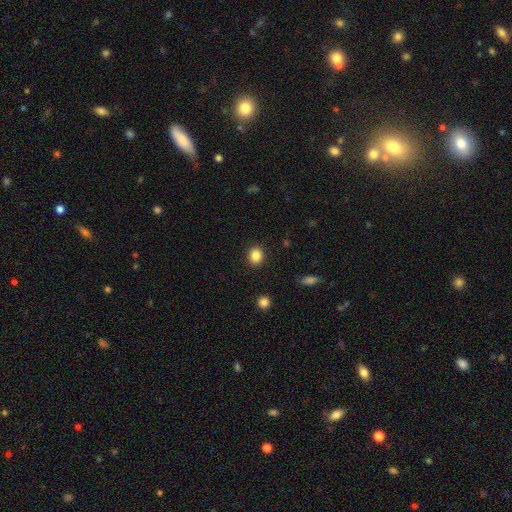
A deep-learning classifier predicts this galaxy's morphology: type=smooth (86%); roundness=round (67%); merging=none (90%).